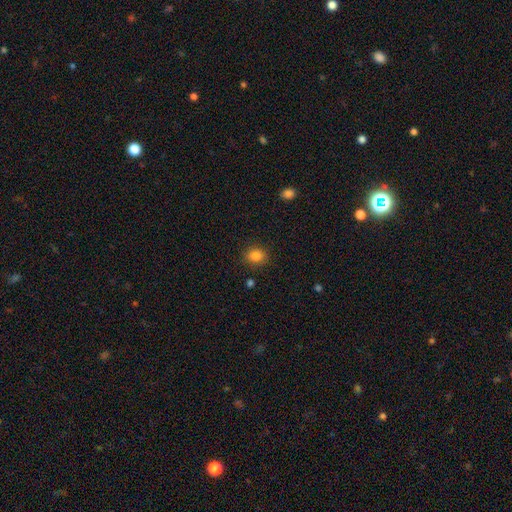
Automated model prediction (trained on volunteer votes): Smooth or featured? smooth (84%)
How rounded? round (64%)
Merging? none (86%)